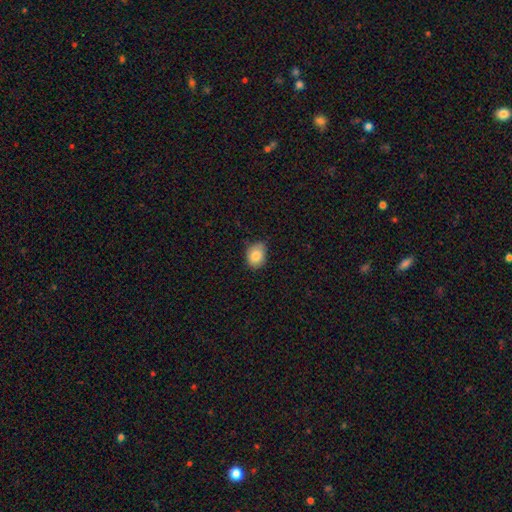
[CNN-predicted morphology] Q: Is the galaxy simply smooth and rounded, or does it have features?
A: smooth — 84%.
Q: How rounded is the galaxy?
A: in between — 65%.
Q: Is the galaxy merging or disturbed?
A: none — 73%.